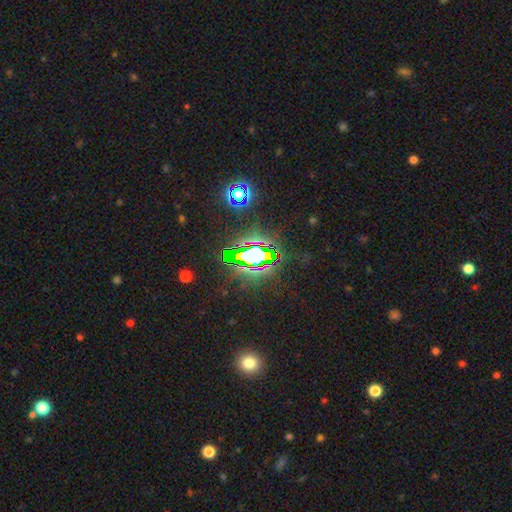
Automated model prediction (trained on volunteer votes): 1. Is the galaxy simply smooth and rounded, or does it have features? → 73% star or artifact, 15% smooth, 12% featured or disk.